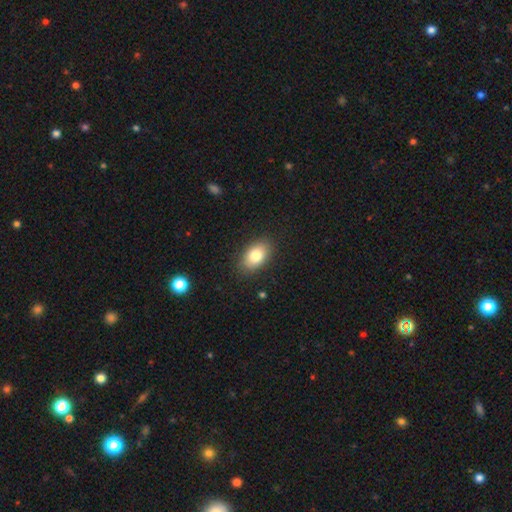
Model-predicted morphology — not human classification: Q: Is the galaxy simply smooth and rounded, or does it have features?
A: smooth — 81%.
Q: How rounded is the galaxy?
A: in between — 89%.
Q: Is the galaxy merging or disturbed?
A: none — 87%.